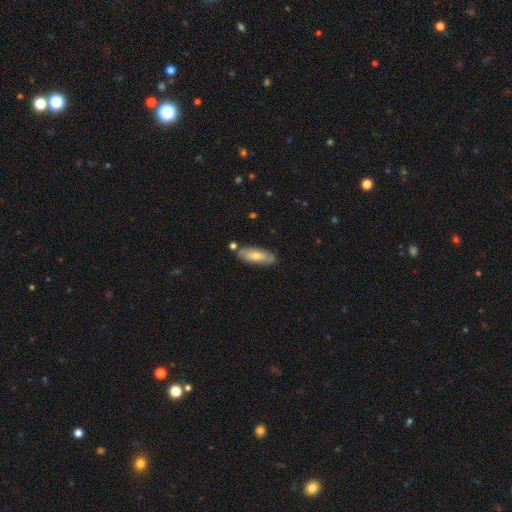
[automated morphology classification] smooth_or_featured: smooth (p=0.57) [alt: featured or disk p=0.36]
how_rounded: in between (p=0.59) [alt: cigar-shaped p=0.39]
merging: none (p=0.79) [alt: minor disturbance p=0.14]